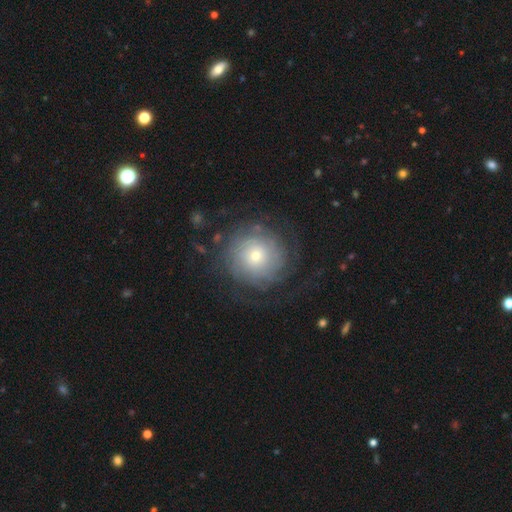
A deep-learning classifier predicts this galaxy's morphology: A featured or disk galaxy (58%) with no bar (84%), spiral arms (79%) and a small central bulge (60%). Merging: none (73%).